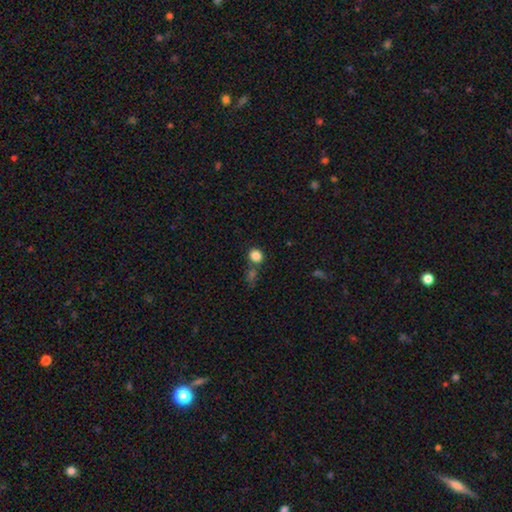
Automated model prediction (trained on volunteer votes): smooth 84%, star or artifact 11%, featured or disk 4%. Down the decision tree: how rounded — round (85%); merging — none (69%).